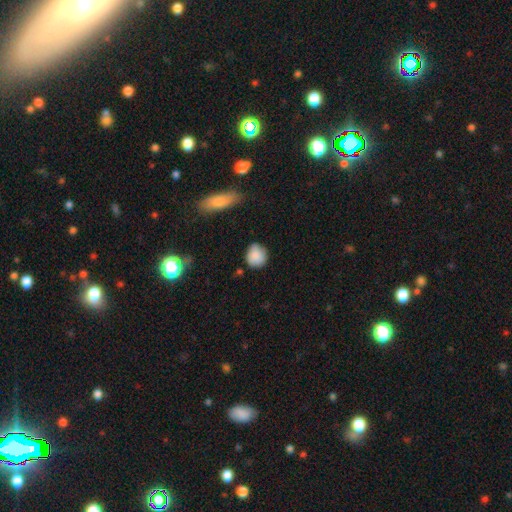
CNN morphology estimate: Q: Smooth or featured?
A: smooth (87%); runner-up: star or artifact (8%)
Q: How rounded?
A: round (78%); runner-up: in between (20%)
Q: Merging?
A: none (70%); runner-up: minor disturbance (23%)